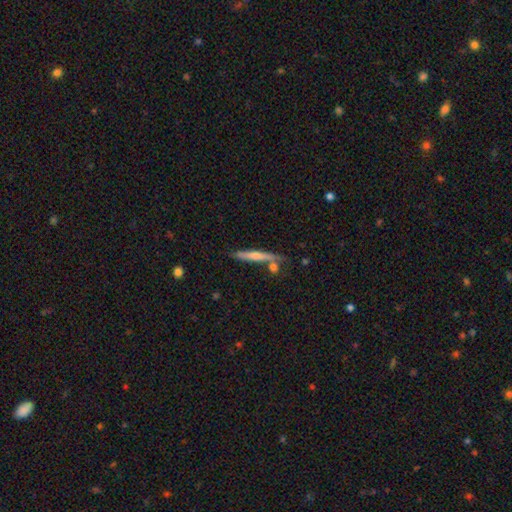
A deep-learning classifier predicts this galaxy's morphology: This appears to be a featured or disk galaxy (57%) viewed edge-on (92%) with a rounded central bulge (65%). Merging: none (72%).